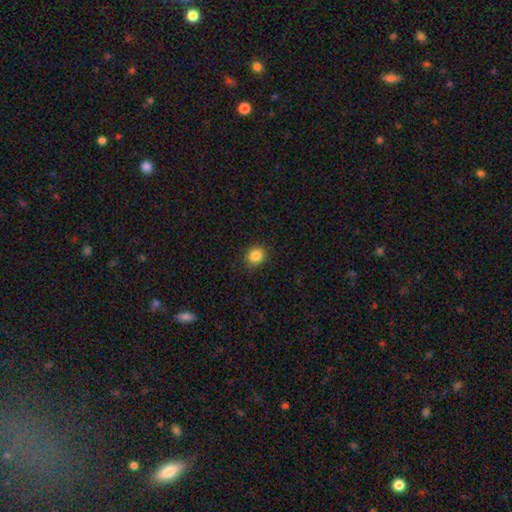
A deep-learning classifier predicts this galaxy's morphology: type=smooth (85%); roundness=round (82%); merging=none (89%).